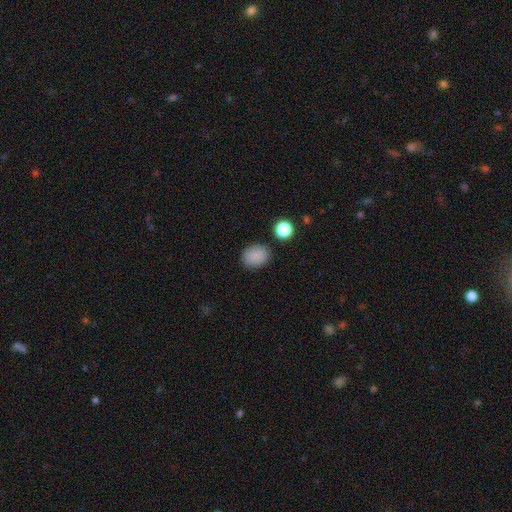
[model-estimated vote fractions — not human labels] Morphology: type=smooth (85%); roundness=round (50%); merging=none (83%).